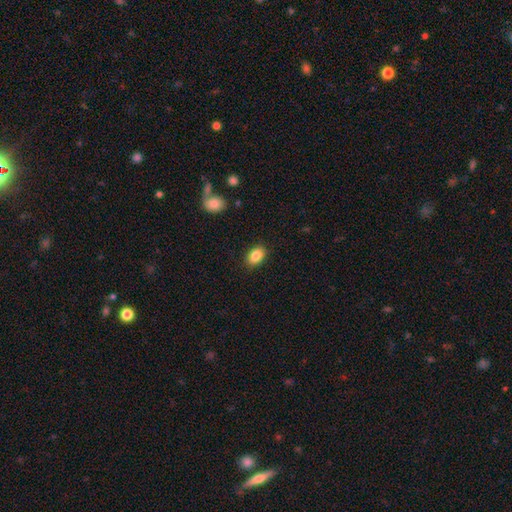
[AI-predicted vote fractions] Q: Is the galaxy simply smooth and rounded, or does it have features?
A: smooth — 86%.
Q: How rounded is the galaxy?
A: in between — 87%.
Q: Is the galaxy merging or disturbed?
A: none — 88%.